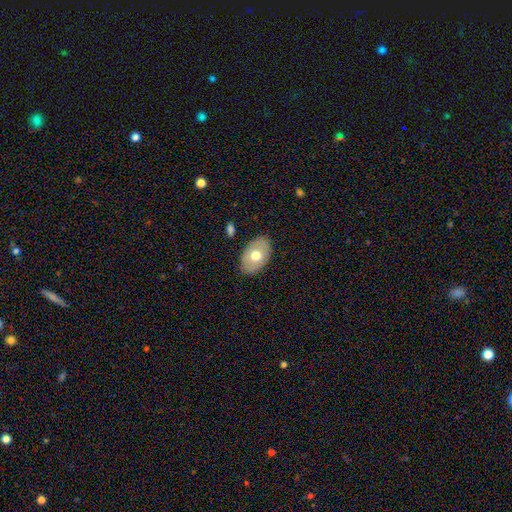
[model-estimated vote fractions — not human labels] A smooth galaxy with no disk features (66%) that is in between round and cigar-shaped (89%).

Vote fractions:
- Smooth or featured? smooth: 66% / featured or disk: 28% / star or artifact: 6%
- How rounded? in between: 89% / round: 10% / cigar-shaped: 1%
- Merging? none: 86% / minor disturbance: 10% / major disturbance: 2% / merger: 1%